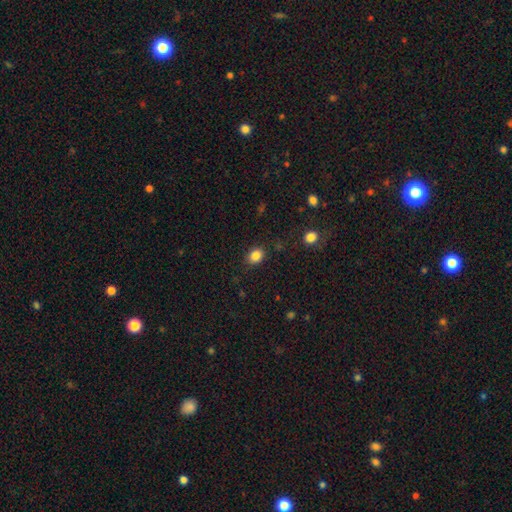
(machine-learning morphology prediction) Overall: smooth (85%). How rounded: in between (53%; round 46%). Merging: none (85%).